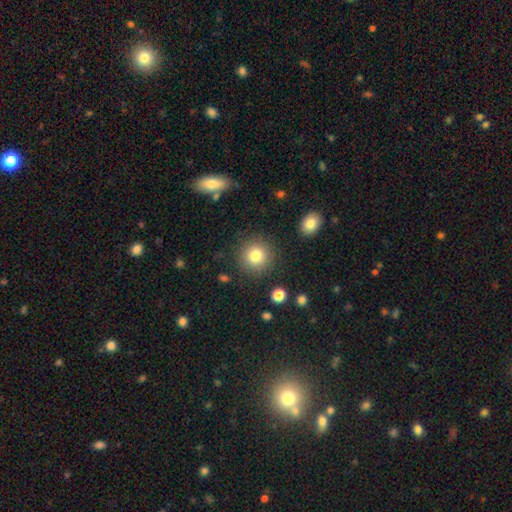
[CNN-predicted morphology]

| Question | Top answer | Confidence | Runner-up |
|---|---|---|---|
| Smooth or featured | smooth | 80% | star or artifact (11%) |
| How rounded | round | 94% | in between (5%) |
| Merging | none | 88% | minor disturbance (7%) |